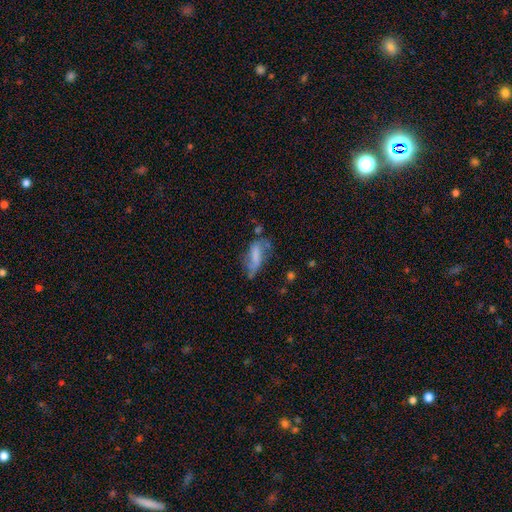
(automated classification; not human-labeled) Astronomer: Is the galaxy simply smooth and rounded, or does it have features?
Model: smooth — 53% (runner-up: featured or disk, 37%).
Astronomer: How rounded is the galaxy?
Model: in between — 68%.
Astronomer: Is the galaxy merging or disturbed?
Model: none — 35% (runner-up: minor disturbance, 30%).